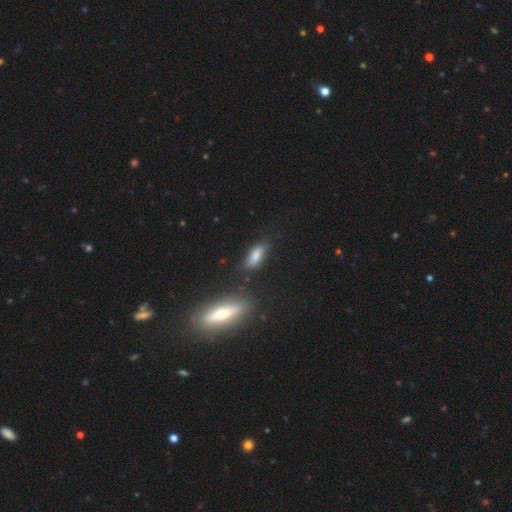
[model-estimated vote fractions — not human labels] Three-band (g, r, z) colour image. It shows a smooth galaxy with no disk features (77%) that is in between round and cigar-shaped (69%). Merging: none (70%).